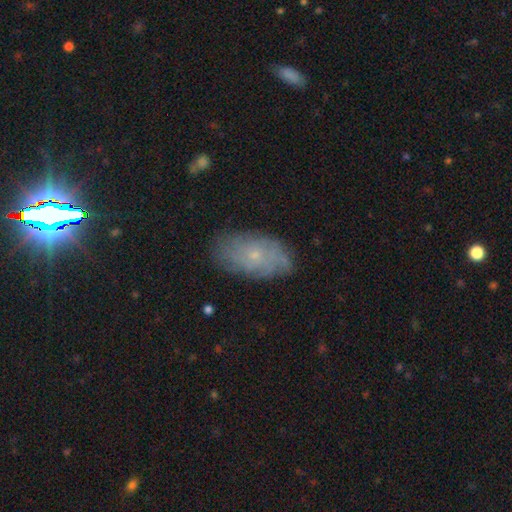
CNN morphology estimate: This is possibly a featured or disk galaxy (52%). It is clearly not viewed edge-on (93%). Merging: likely none (78%).